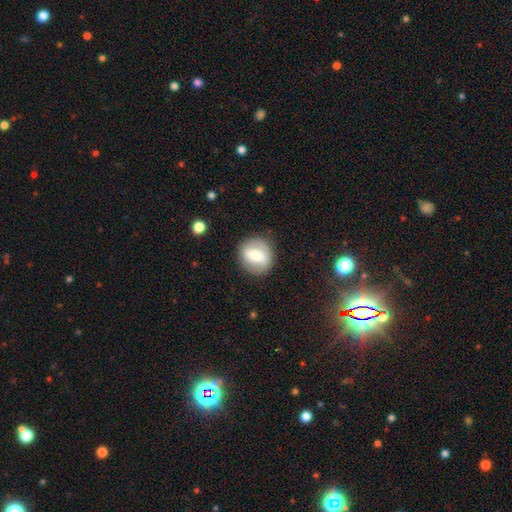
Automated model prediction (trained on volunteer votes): Smooth or featured?
  - smooth: 56% *
  - featured or disk: 37%
  - star or artifact: 7%
How rounded?
  - round: 76% *
  - in between: 22%
  - cigar-shaped: 1%
Merging?
  - none: 83% *
  - minor disturbance: 11%
  - major disturbance: 4%
  - merger: 1%